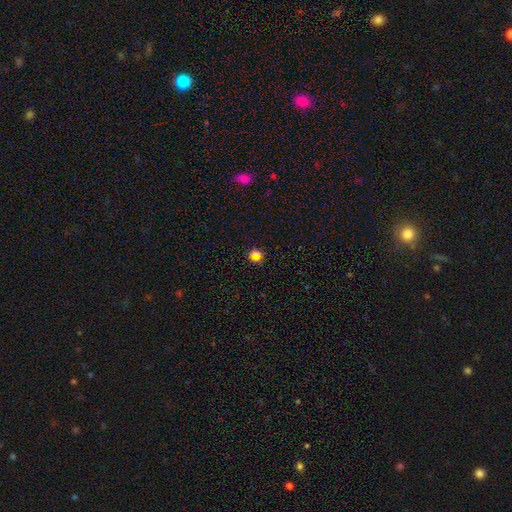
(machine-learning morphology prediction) Q: Smooth or featured?
A: smooth (66%); runner-up: star or artifact (25%)
Q: How rounded?
A: round (75%); runner-up: in between (23%)
Q: Merging?
A: none (66%); runner-up: minor disturbance (18%)